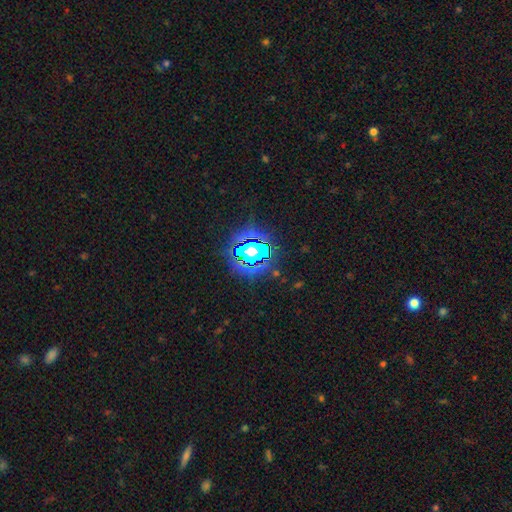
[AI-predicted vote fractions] Overall: star or artifact (80%).